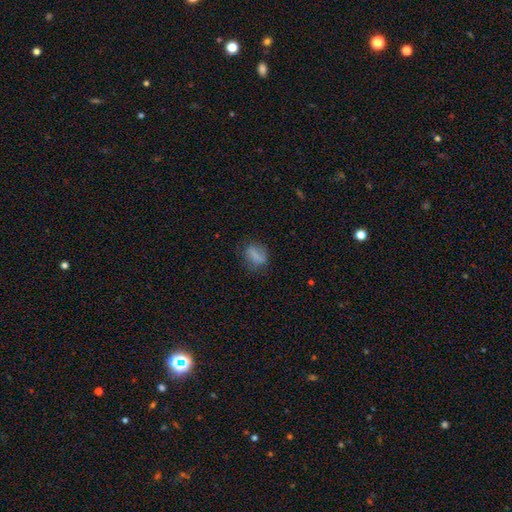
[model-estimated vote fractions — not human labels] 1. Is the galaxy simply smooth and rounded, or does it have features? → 69% smooth, 21% featured or disk, 11% star or artifact.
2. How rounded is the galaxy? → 57% in between, 35% round, 9% cigar-shaped.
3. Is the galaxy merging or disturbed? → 67% none, 21% minor disturbance, 10% major disturbance, 2% merger.